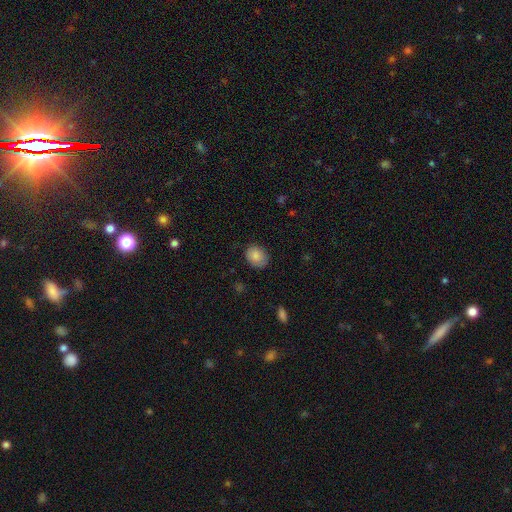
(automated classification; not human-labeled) smooth 86%, star or artifact 8%, featured or disk 6%. Down the decision tree: how rounded — in between (50%); merging — none (81%).